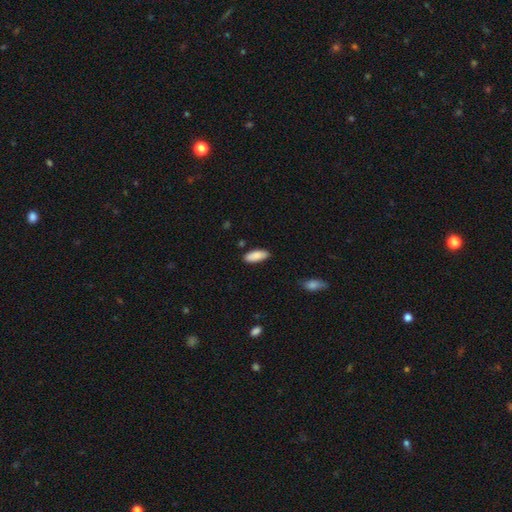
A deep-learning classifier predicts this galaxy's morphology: Smooth or featured: smooth — 87% (featured or disk — 7%)
How rounded: in between — 81% (cigar-shaped — 18%)
Merging: none — 86% (minor disturbance — 11%)